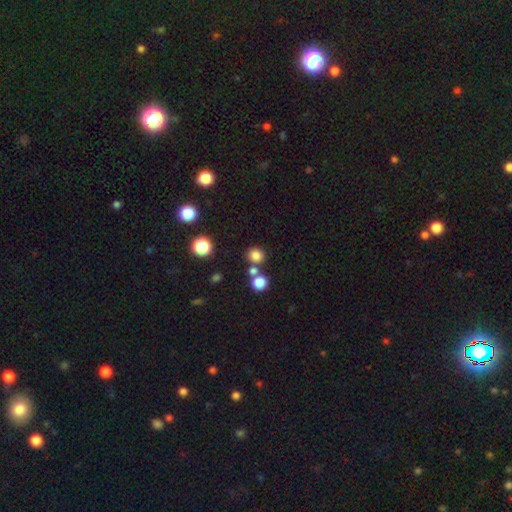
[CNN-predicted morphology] This is likely a smooth galaxy (80%). How rounded: clearly round (86%). Merging: likely none (73%).